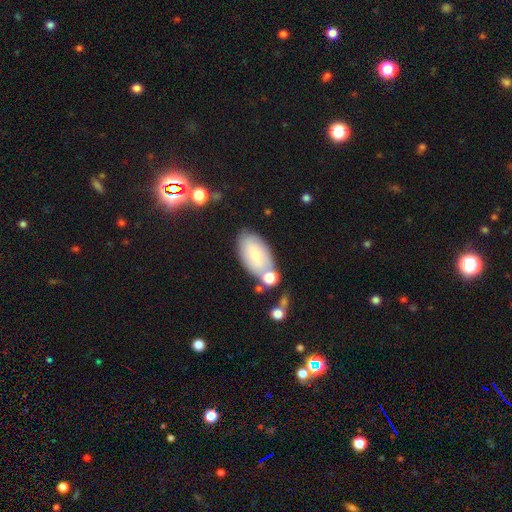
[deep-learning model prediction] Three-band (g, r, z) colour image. It shows a smooth galaxy with no disk features (63%) that is in between round and cigar-shaped (93%). Merging: none (60%).